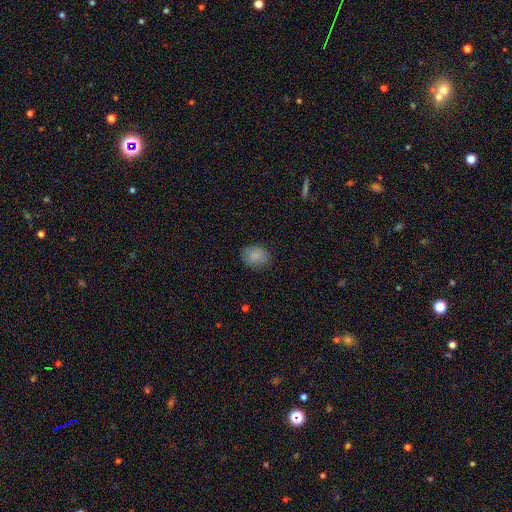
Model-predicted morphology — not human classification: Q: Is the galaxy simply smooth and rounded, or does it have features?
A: smooth — 84%.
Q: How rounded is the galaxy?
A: in between — 56%.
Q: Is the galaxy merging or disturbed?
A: none — 84%.